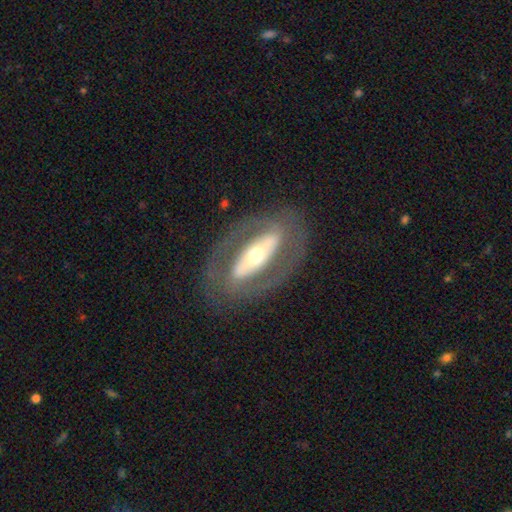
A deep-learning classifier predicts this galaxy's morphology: Smooth or featured?
  - featured or disk: 77% *
  - smooth: 18%
  - star or artifact: 5%
Edge-on disk?
  - no: 84% *
  - yes: 16%
Bar?
  - strong: 59% *
  - no: 25%
  - weak: 16%
Spiral arms?
  - no: 54% *
  - yes: 46%
Bulge size?
  - moderate: 57% *
  - small: 29%
  - large: 11%
  - dominant: 2%
  - none: 1%
Merging?
  - none: 79% *
  - minor disturbance: 11%
  - major disturbance: 8%
  - merger: 1%